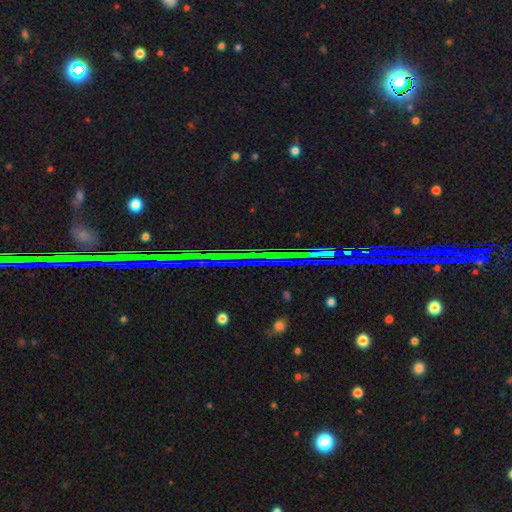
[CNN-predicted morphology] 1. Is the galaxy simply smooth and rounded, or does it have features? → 86% star or artifact, 7% featured or disk, 6% smooth.